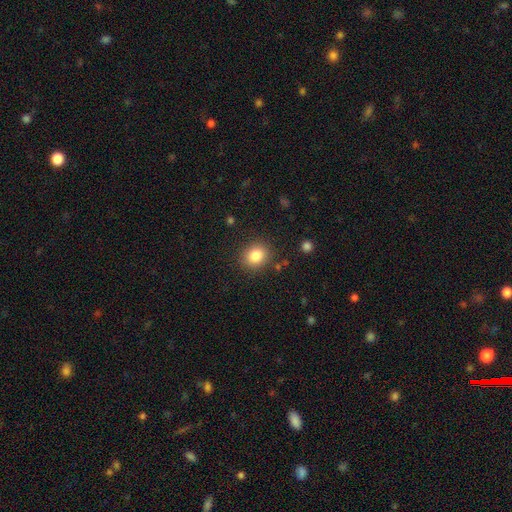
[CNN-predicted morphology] The model was most divided on "how rounded": round: 71%, in between: 28%, cigar-shaped: 1%. More confident: merging — none (86%); smooth or featured — smooth (83%).